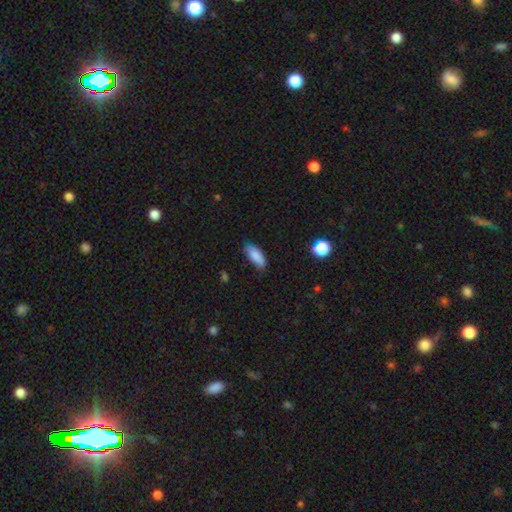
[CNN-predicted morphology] Smooth or featured? Predicted: smooth (p=0.84). How rounded? Predicted: in between (p=0.80). Merging? Predicted: none (p=0.66).